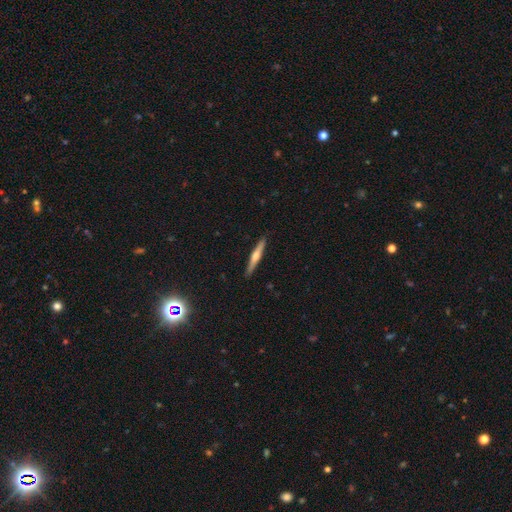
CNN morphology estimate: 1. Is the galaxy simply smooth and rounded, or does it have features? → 58% featured or disk, 36% smooth, 6% star or artifact.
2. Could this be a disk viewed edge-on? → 97% yes, 3% no.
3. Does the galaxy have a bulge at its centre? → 85% rounded, 10% none, 5% boxy.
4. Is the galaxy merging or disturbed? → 91% none, 6% minor disturbance, 1% major disturbance, 1% merger.